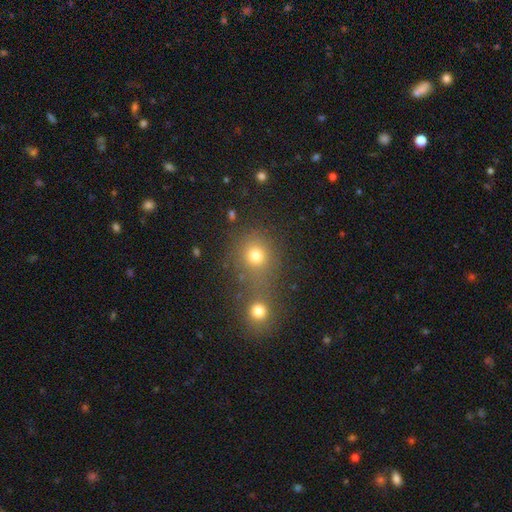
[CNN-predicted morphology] This is likely a smooth galaxy (74%). How rounded: clearly round (85%). Merging: possibly none (50%).